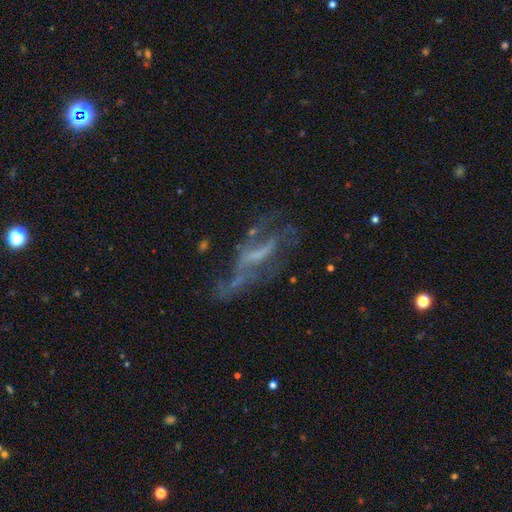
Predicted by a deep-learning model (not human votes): Smooth or featured? Predicted: featured or disk (p=0.66). Edge-on disk? Predicted: no (p=0.80). Bar? Predicted: no (p=0.41). Spiral arms? Predicted: yes (p=0.51). Bulge size? Predicted: none (p=0.48). Merging? Predicted: none (p=0.40).